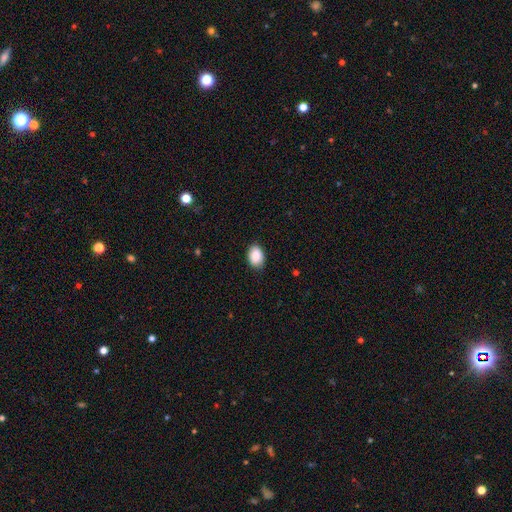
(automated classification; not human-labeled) smooth_or_featured: smooth (p=0.89) [alt: star or artifact p=0.07]
how_rounded: in between (p=0.83) [alt: round p=0.16]
merging: none (p=0.85) [alt: minor disturbance p=0.12]